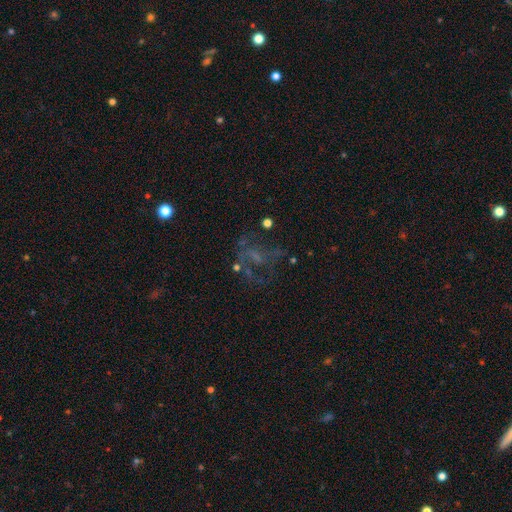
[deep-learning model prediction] This appears to be a featured or disk galaxy (54%) with no bar (64%), no spiral arms (61%) and no central bulge (55%). Merging: none (44%).